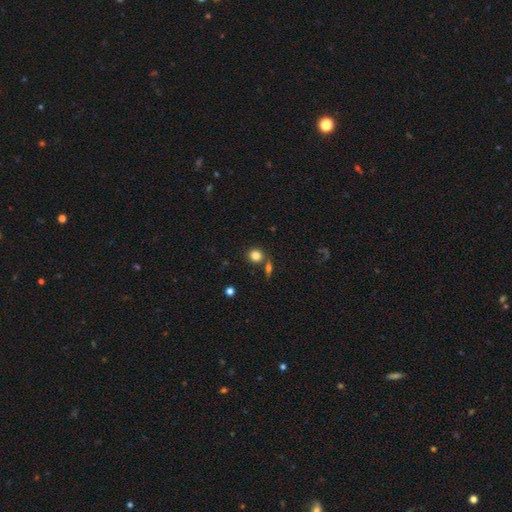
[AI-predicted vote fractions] A smooth galaxy with no disk features (81%) that is round (84%). Merging: none (72%).